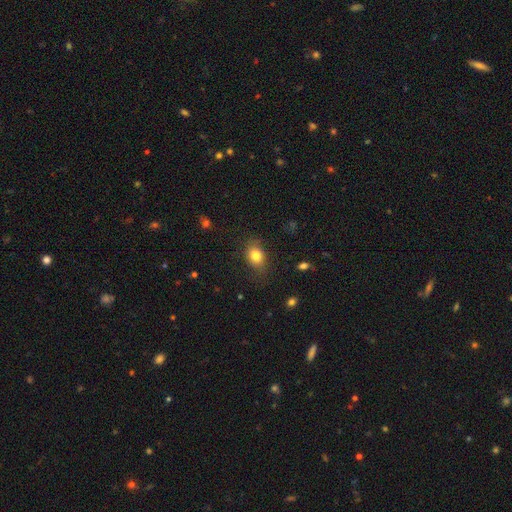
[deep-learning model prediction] Smooth or featured?
  - smooth: 81% *
  - star or artifact: 10%
  - featured or disk: 9%
How rounded?
  - in between: 64% *
  - round: 34%
  - cigar-shaped: 1%
Merging?
  - none: 77% *
  - minor disturbance: 16%
  - major disturbance: 5%
  - merger: 1%